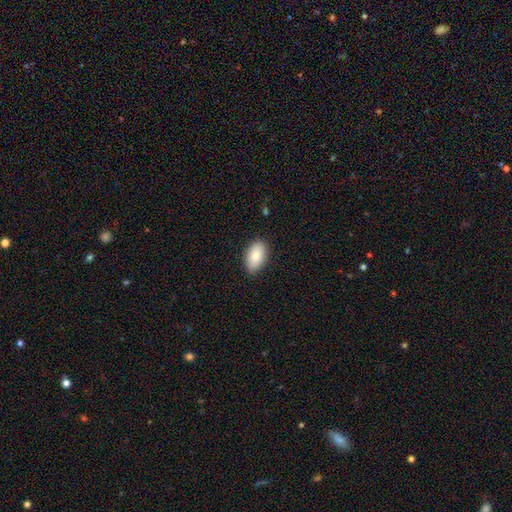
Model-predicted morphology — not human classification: Smooth or featured?
  - smooth: 86% *
  - featured or disk: 8%
  - star or artifact: 6%
How rounded?
  - in between: 94% *
  - round: 4%
  - cigar-shaped: 2%
Merging?
  - none: 87% *
  - minor disturbance: 10%
  - major disturbance: 2%
  - merger: 1%